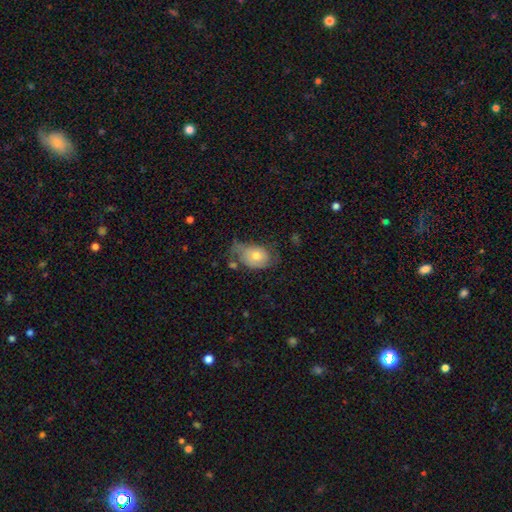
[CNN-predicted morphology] This appears to be a smooth galaxy with no disk features (62%) that is in between round and cigar-shaped (78%). Merging: minor disturbance (38%).